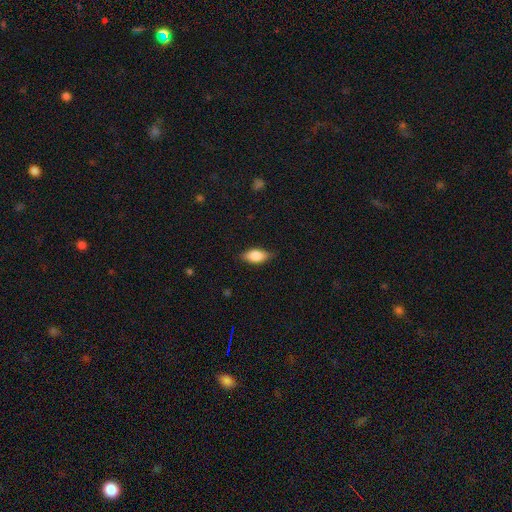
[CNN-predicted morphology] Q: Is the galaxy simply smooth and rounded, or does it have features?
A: smooth — 80%.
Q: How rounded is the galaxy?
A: in between — 87%.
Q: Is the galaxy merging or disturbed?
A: none — 81%.